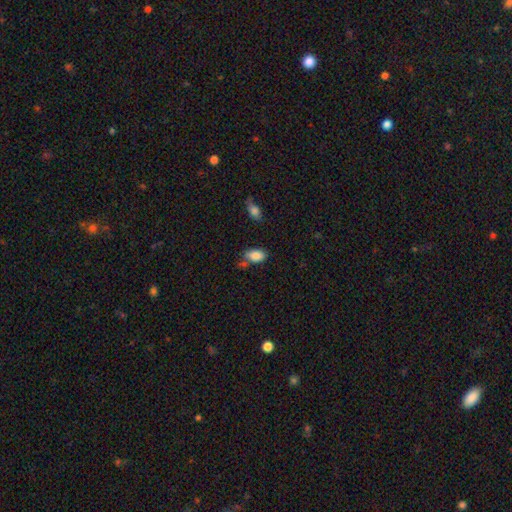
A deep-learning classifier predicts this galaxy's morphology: This is clearly a smooth galaxy (85%). How rounded: clearly in between (92%). Merging: possibly none (57%).